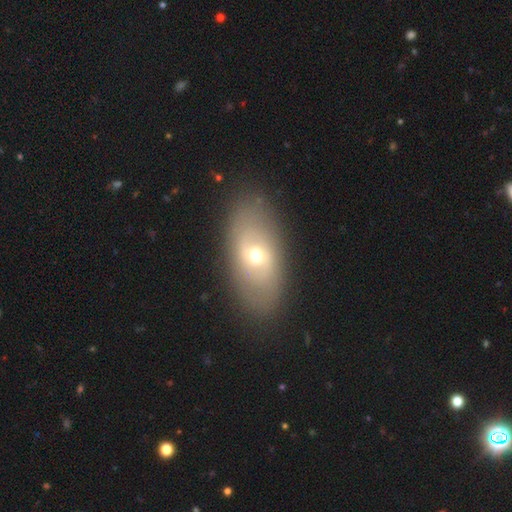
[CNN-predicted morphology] smooth-or-featured: featured or disk: 50% | smooth: 42% | star or artifact: 8%
  disk-edge-on: no: 87% | yes: 13%
  merging: none: 85% | minor disturbance: 10% | major disturbance: 4% | merger: 1%